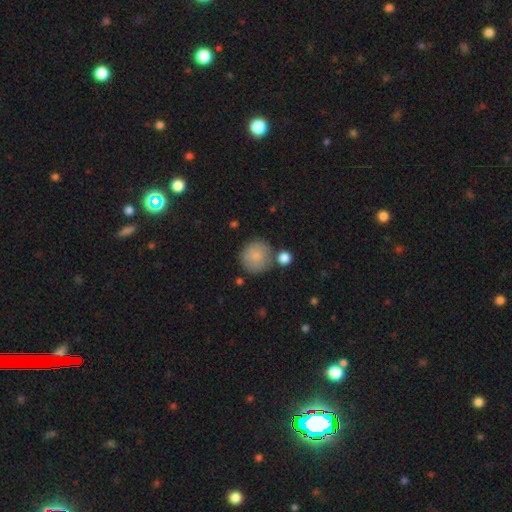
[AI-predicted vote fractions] Morphology: type=smooth (83%); roundness=round (92%); merging=none (68%).